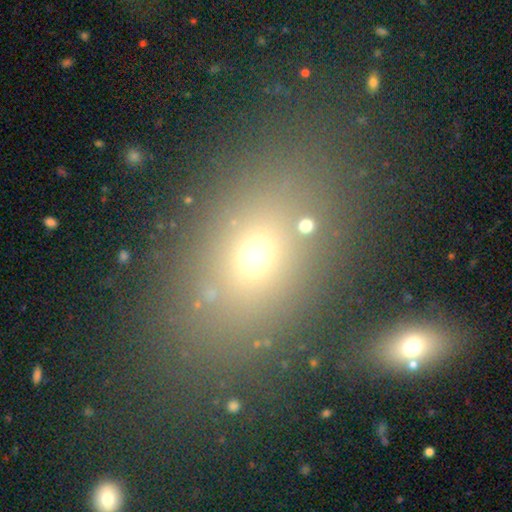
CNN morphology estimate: The model was most divided on "smooth or featured": smooth: 65%, star or artifact: 21%, featured or disk: 15%. More confident: how rounded — in between (75%); merging — none (74%).